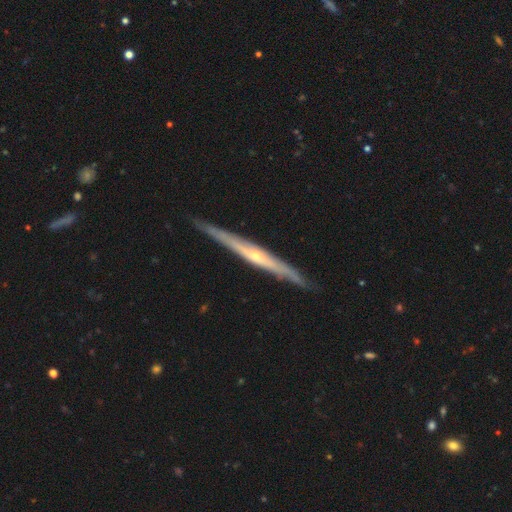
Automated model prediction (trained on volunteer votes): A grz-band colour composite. It shows a featured or disk galaxy (80%) viewed edge-on (95%) with a rounded central bulge (61%). Merging: none (87%).